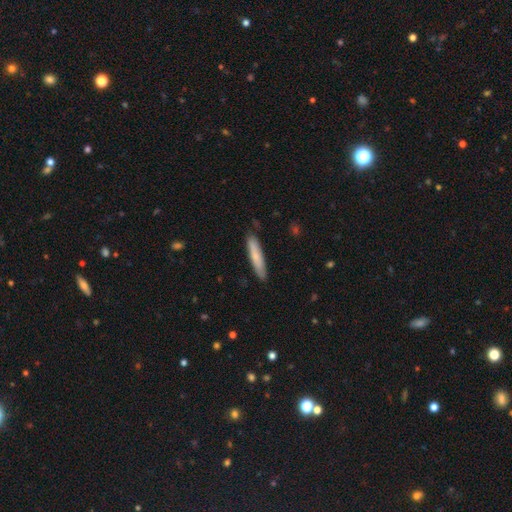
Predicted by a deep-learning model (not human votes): Q: Smooth or featured?
A: smooth (71%); runner-up: featured or disk (23%)
Q: How rounded?
A: cigar-shaped (90%); runner-up: in between (9%)
Q: Merging?
A: none (85%); runner-up: minor disturbance (12%)